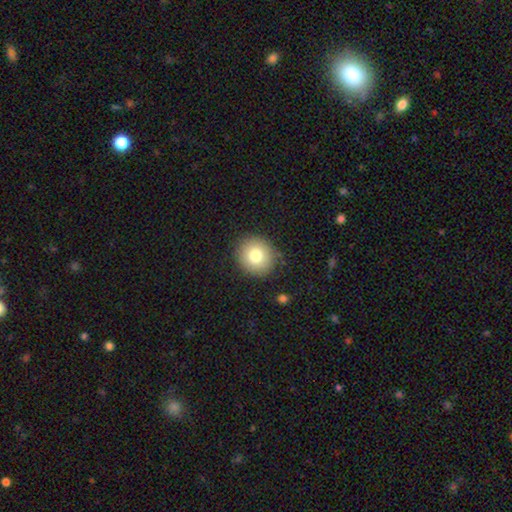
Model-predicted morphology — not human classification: smooth_or_featured: smooth (p=0.78) [alt: featured or disk p=0.11]
how_rounded: round (p=0.89) [alt: in between p=0.10]
merging: none (p=0.89) [alt: minor disturbance p=0.07]